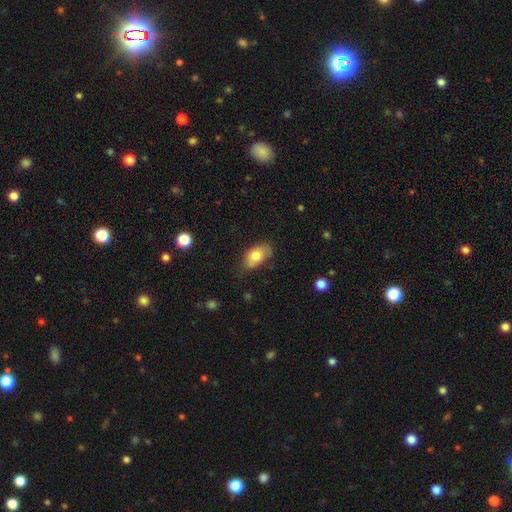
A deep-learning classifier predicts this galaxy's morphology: smooth 77%, featured or disk 16%, star or artifact 8%. Down the decision tree: how rounded — in between (91%); merging — none (63%).